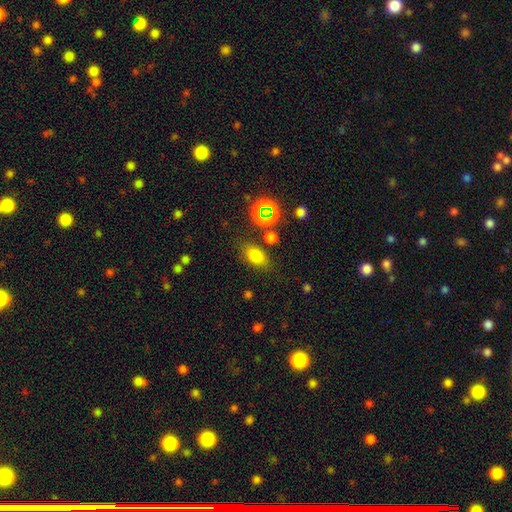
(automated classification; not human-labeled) This appears to be a smooth galaxy with no disk features (74%) that is in between round and cigar-shaped (80%). Merging: none (76%).